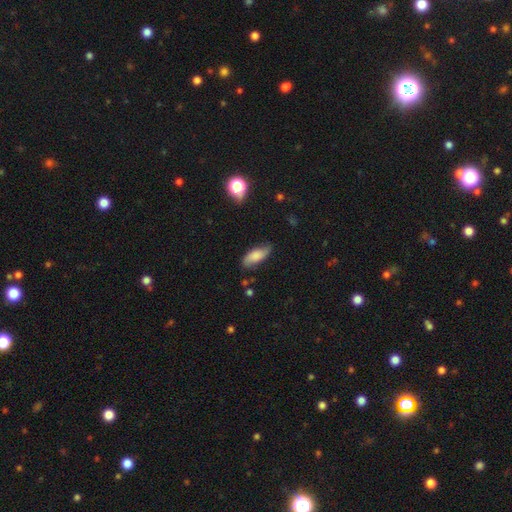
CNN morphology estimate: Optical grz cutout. It shows a smooth galaxy with no disk features (69%) that is in between round and cigar-shaped (77%). Merging: none (70%).